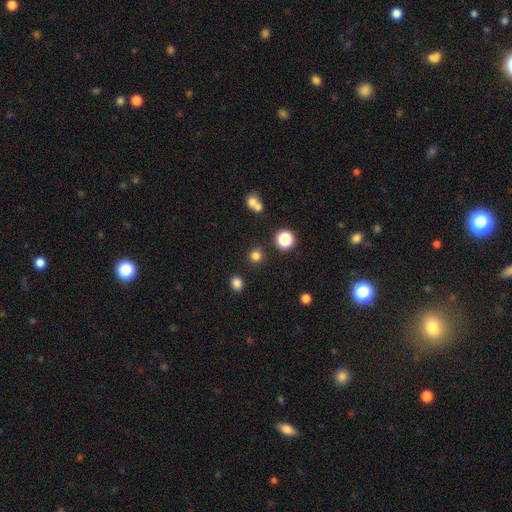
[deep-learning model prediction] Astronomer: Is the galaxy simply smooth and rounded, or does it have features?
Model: smooth — 79%.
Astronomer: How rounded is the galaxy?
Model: round — 90%.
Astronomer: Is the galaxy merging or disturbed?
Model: none — 85%.